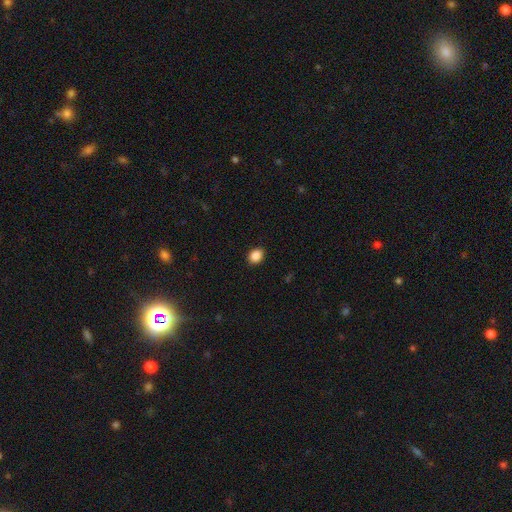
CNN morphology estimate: Overall: smooth (87%). How rounded: in between (60%; round 39%). Merging: none (89%).